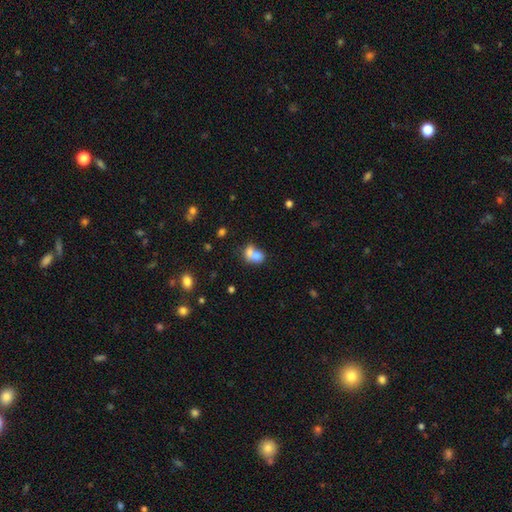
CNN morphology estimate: smooth 72%, featured or disk 18%, star or artifact 10%. Down the decision tree: how rounded — in between (54%); merging — merger (69%).